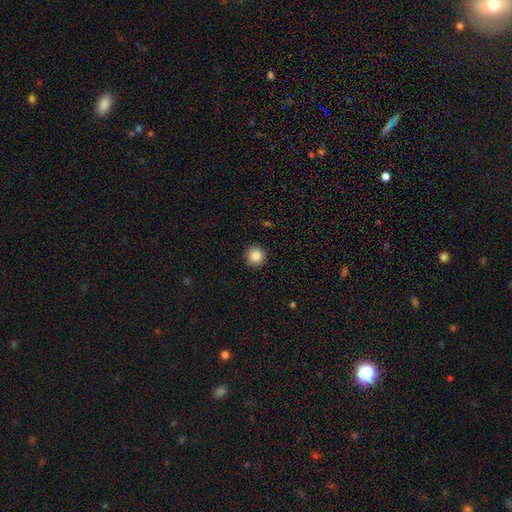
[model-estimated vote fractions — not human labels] Q: Smooth or featured?
A: smooth (85%); runner-up: star or artifact (10%)
Q: How rounded?
A: round (96%); runner-up: in between (3%)
Q: Merging?
A: none (93%); runner-up: minor disturbance (5%)